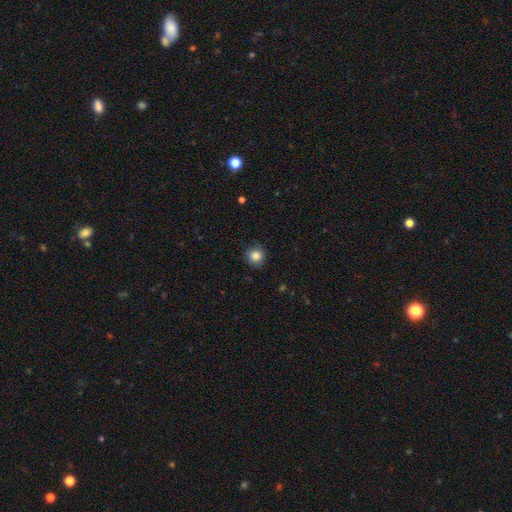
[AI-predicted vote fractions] smooth_or_featured: smooth (p=0.85) [alt: star or artifact p=0.10]
how_rounded: round (p=0.90) [alt: in between p=0.09]
merging: none (p=0.84) [alt: minor disturbance p=0.12]